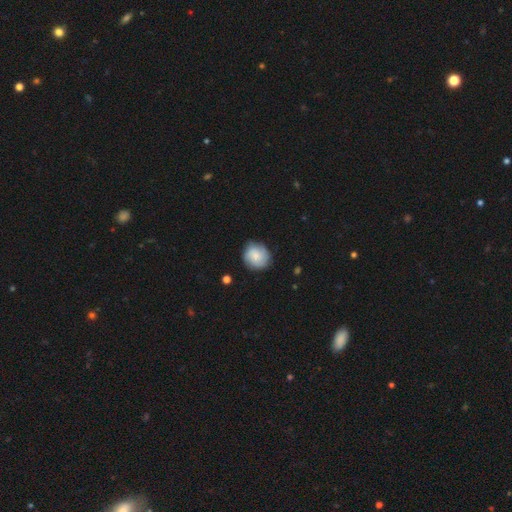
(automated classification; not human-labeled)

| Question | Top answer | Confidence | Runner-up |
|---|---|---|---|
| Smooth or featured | smooth | 70% | featured or disk (23%) |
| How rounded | round | 85% | in between (14%) |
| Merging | none | 79% | minor disturbance (16%) |